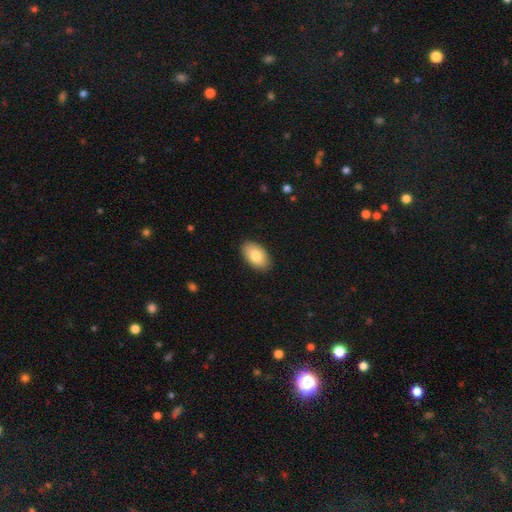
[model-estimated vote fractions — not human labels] Smooth or featured: smooth — 82% (featured or disk — 12%)
How rounded: in between — 94% (round — 4%)
Merging: none — 89% (minor disturbance — 9%)